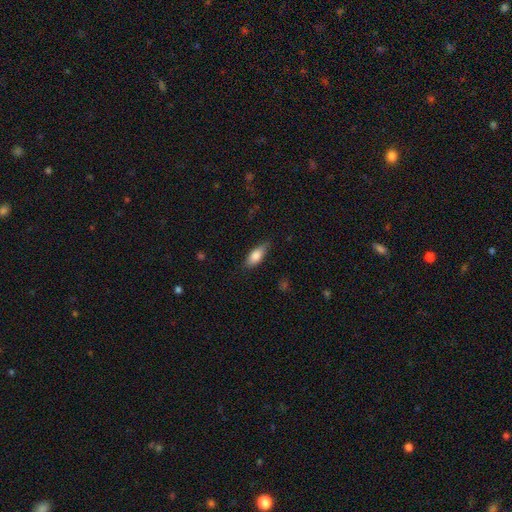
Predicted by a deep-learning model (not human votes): A smooth galaxy with no disk features (79%) that is in between round and cigar-shaped (78%).

Vote fractions:
- Smooth or featured? smooth: 79% / featured or disk: 14% / star or artifact: 7%
- How rounded? in between: 78% / cigar-shaped: 19% / round: 3%
- Merging? none: 76% / minor disturbance: 19% / major disturbance: 4% / merger: 1%